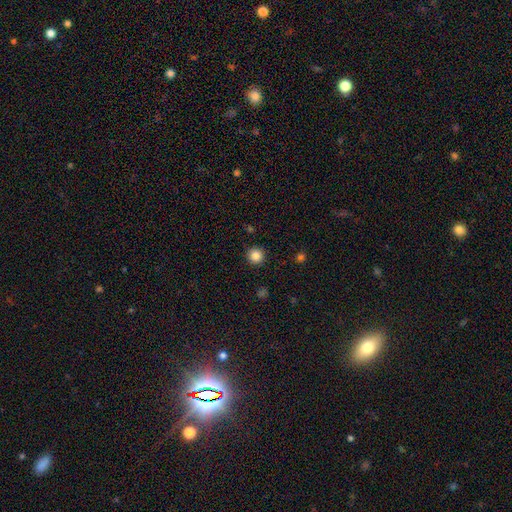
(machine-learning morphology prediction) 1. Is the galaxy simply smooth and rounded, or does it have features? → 85% smooth, 11% star or artifact, 4% featured or disk.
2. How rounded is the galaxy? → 96% round, 3% in between, 1% cigar-shaped.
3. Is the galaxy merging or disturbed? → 93% none, 4% minor disturbance, 2% major disturbance, 1% merger.